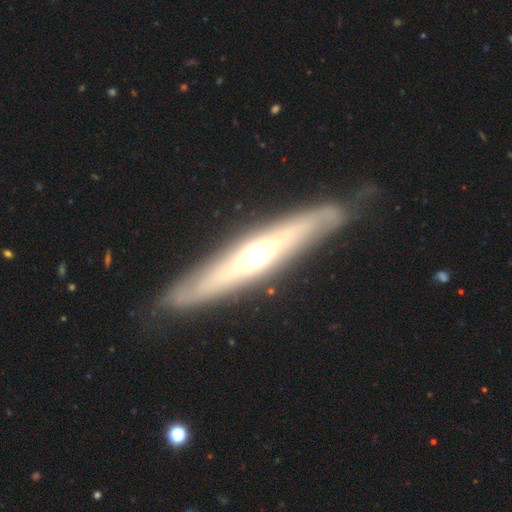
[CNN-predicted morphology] smooth-or-featured: featured or disk: 69% | smooth: 25% | star or artifact: 6%
  disk-edge-on: yes: 79% | no: 21%
    edge-on-bulge: rounded: 84% | none: 10% | boxy: 6%
  merging: none: 83% | minor disturbance: 12% | major disturbance: 4% | merger: 1%